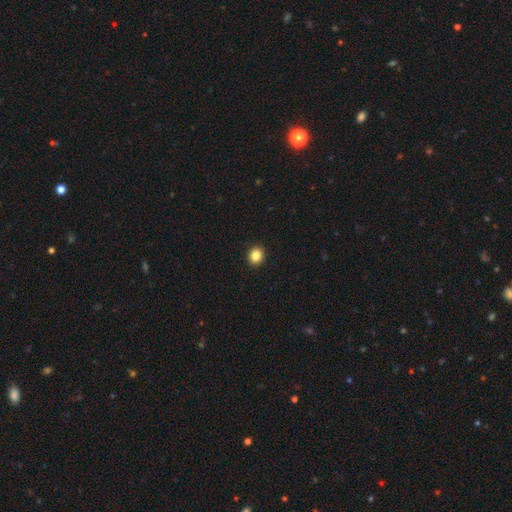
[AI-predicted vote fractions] Smooth or featured? smooth (86%)
How rounded? round (74%)
Merging? none (93%)